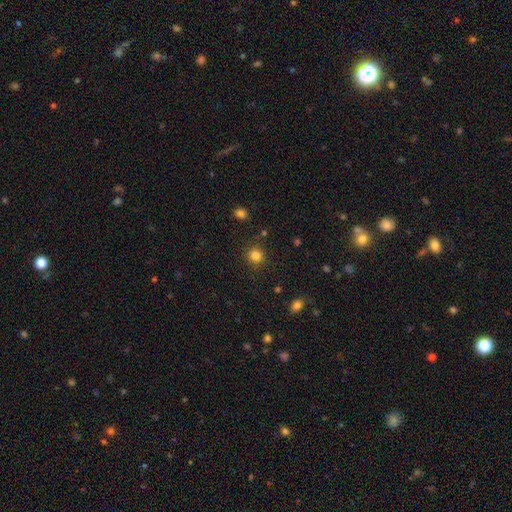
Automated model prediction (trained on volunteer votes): Q: Smooth or featured?
A: smooth (83%); runner-up: star or artifact (13%)
Q: How rounded?
A: round (90%); runner-up: in between (9%)
Q: Merging?
A: none (88%); runner-up: minor disturbance (7%)